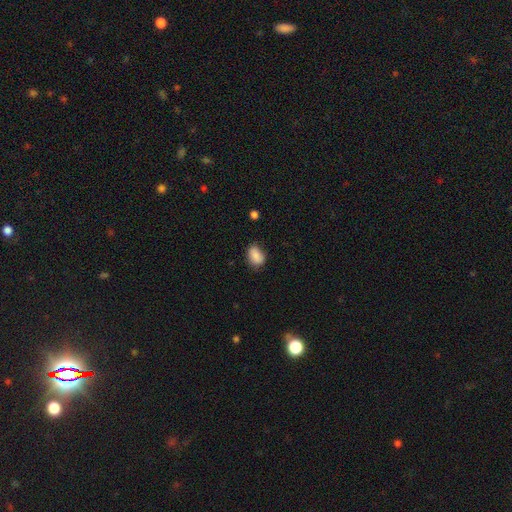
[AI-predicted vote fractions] The model was most divided on "merging": none: 70%, minor disturbance: 24%, major disturbance: 4%, merger: 2%. More confident: smooth or featured — smooth (86%); how rounded — in between (78%).